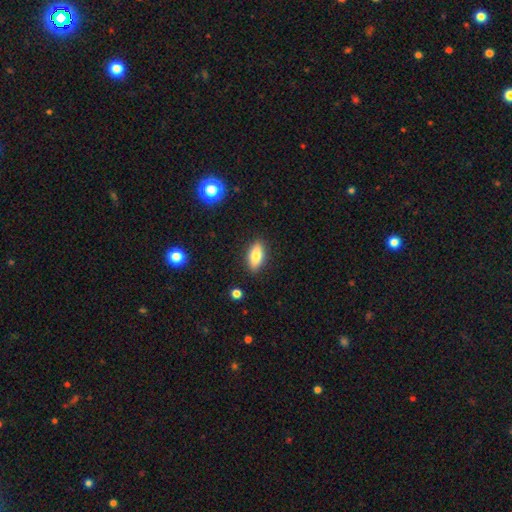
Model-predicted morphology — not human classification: A smooth galaxy with no disk features (78%) that is in between round and cigar-shaped (81%). Merging: none (87%).